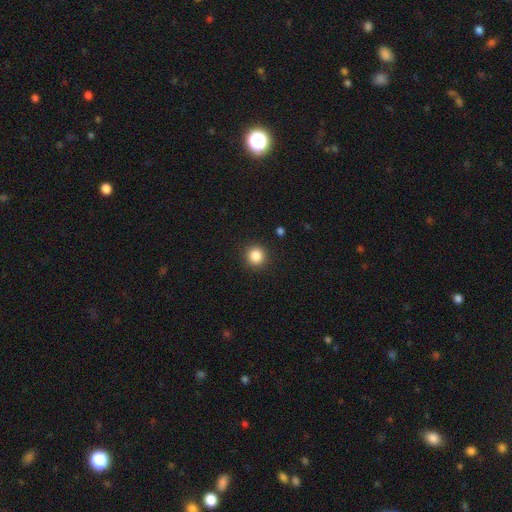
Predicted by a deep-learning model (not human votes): A smooth galaxy with no disk features (86%) that is round (92%).

Vote fractions:
- Smooth or featured? smooth: 86% / star or artifact: 11% / featured or disk: 4%
- How rounded? round: 92% / in between: 7% / cigar-shaped: 1%
- Merging? none: 91% / minor disturbance: 6% / major disturbance: 2% / merger: 1%